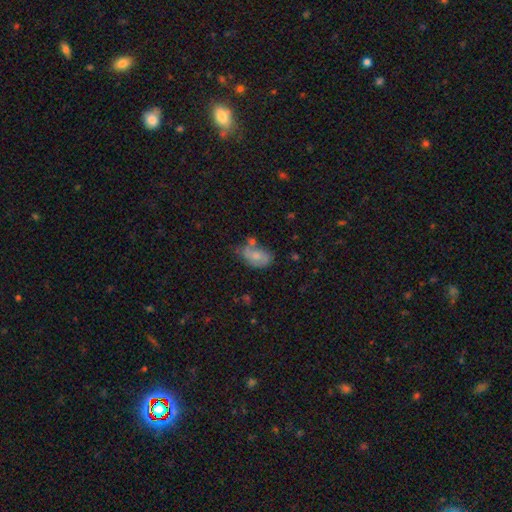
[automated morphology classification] A smooth galaxy with no disk features (60%) that is in between round and cigar-shaped (88%). Merging: none (39%).